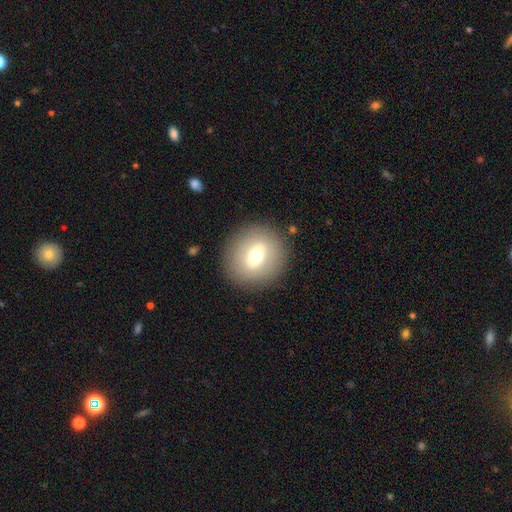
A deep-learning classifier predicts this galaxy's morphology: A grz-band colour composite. It shows a smooth galaxy with no disk features (57%) that is round (85%). Merging: none (87%).